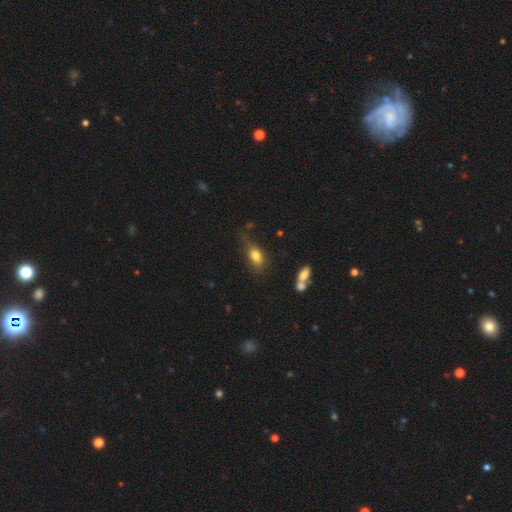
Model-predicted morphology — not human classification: Overall: smooth (74%). How rounded: in between (76%). Merging: none (43%; minor disturbance 33%).